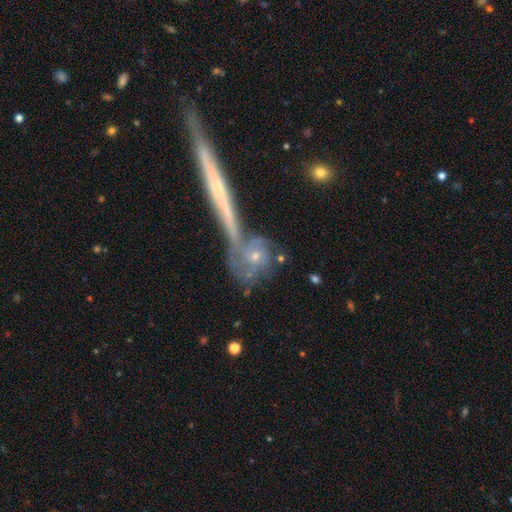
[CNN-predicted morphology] Smooth or featured? featured or disk (59%)
Edge-on disk? no (80%)
Merging? none (43%)